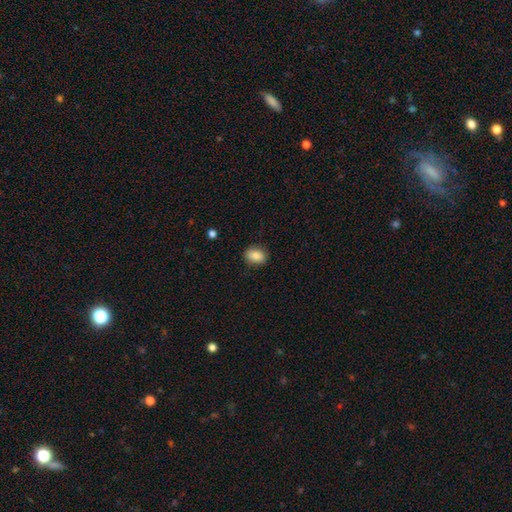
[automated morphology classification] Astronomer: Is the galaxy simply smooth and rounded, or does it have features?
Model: smooth — 86%.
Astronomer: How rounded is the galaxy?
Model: in between — 70%.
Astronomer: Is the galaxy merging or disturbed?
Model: none — 87%.